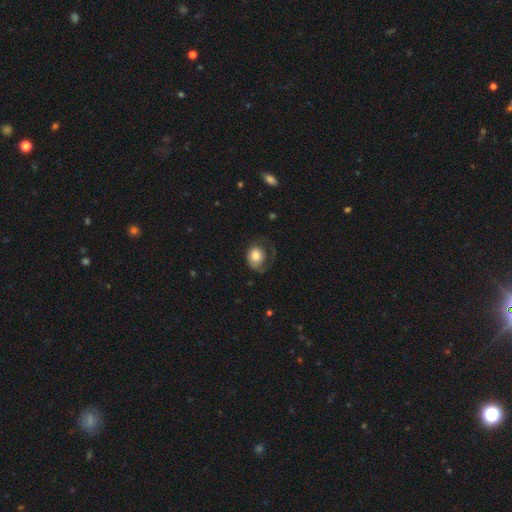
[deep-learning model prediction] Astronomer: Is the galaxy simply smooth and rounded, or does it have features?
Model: smooth — 68%.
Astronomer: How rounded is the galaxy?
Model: round — 62%.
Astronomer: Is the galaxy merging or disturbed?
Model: none — 40% (runner-up: major disturbance, 33%).